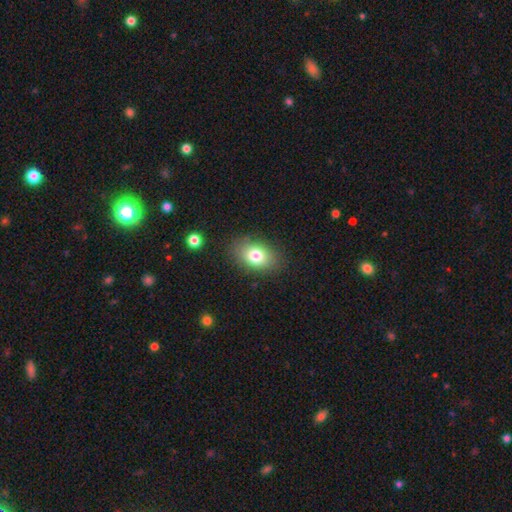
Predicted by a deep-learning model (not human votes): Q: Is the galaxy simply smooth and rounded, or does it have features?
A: smooth — 77%.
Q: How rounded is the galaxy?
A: in between — 81%.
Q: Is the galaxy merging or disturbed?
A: none — 84%.